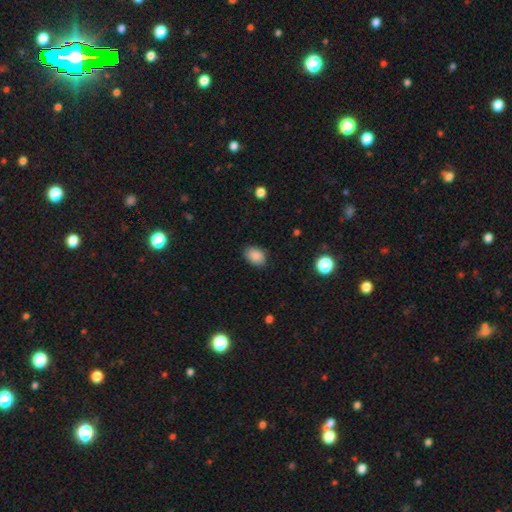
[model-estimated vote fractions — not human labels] smooth 88%, star or artifact 8%, featured or disk 4%. Down the decision tree: how rounded — in between (79%); merging — none (84%).